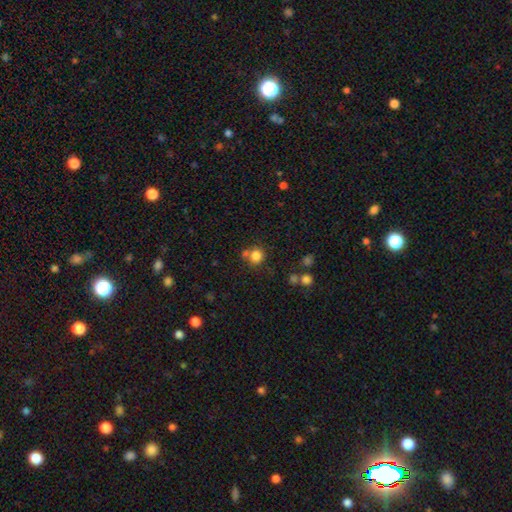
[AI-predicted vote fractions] smooth_or_featured: smooth (p=0.80) [alt: star or artifact p=0.13]
how_rounded: round (p=0.88) [alt: in between p=0.11]
merging: none (p=0.65) [alt: merger p=0.21]